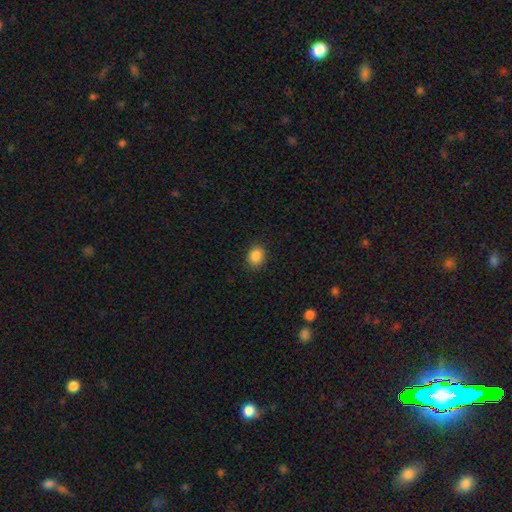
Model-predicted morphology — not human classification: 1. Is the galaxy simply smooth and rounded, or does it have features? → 87% smooth, 9% star or artifact, 4% featured or disk.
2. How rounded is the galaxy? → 57% round, 42% in between, 1% cigar-shaped.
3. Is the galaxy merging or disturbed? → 88% none, 9% minor disturbance, 2% major disturbance, 1% merger.